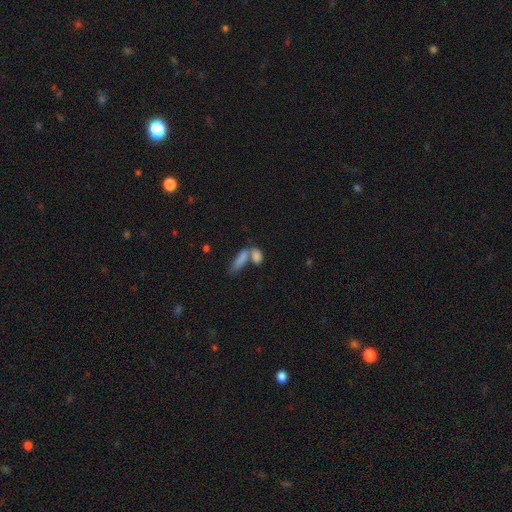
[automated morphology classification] smooth_or_featured: smooth (p=0.81) [alt: featured or disk p=0.11]
how_rounded: in between (p=0.72) [alt: cigar-shaped p=0.22]
merging: merger (p=0.54) [alt: none p=0.33]